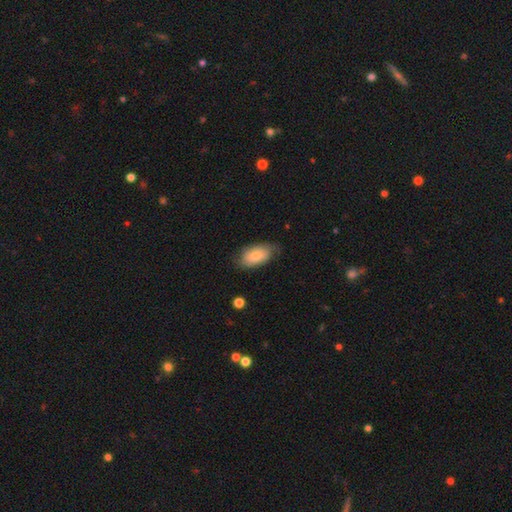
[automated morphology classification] This appears to be a smooth galaxy with no disk features (71%) that is in between round and cigar-shaped (93%). Merging: none (66%).